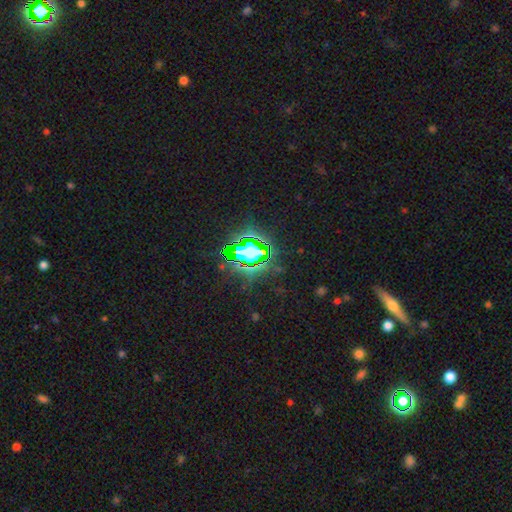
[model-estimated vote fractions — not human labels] Morphology: type=star or artifact (78%).